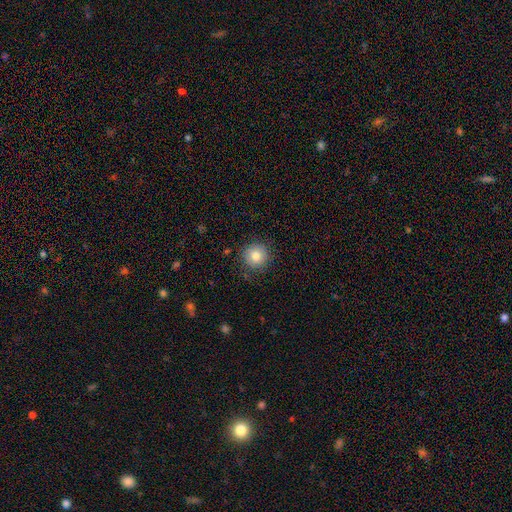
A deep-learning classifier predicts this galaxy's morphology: Smooth or featured?
  - smooth: 80% *
  - featured or disk: 10%
  - star or artifact: 10%
How rounded?
  - round: 94% *
  - in between: 5%
  - cigar-shaped: 1%
Merging?
  - none: 85% *
  - minor disturbance: 11%
  - major disturbance: 3%
  - merger: 1%